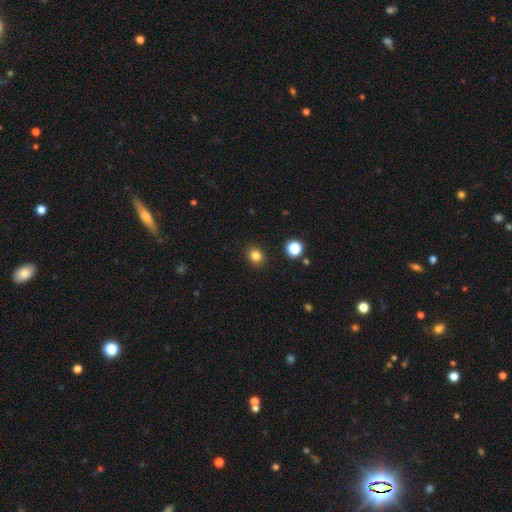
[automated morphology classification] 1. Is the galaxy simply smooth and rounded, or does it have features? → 82% smooth, 13% star or artifact, 5% featured or disk.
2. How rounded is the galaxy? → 70% round, 29% in between, 1% cigar-shaped.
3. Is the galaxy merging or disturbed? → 90% none, 7% minor disturbance, 2% major disturbance, 1% merger.